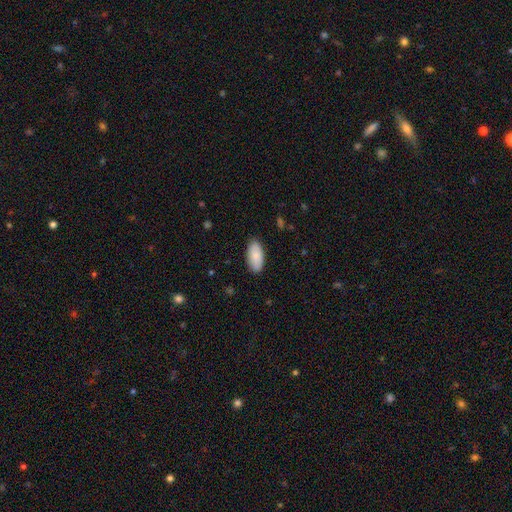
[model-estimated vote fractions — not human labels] Smooth or featured? smooth (87%)
How rounded? in between (94%)
Merging? none (87%)